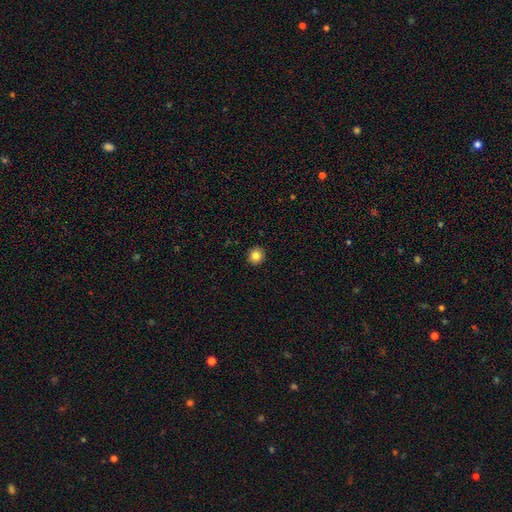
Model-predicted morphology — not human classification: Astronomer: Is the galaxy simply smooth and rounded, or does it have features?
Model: smooth — 84%.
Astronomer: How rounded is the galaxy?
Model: round — 91%.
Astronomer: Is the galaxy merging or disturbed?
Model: none — 93%.